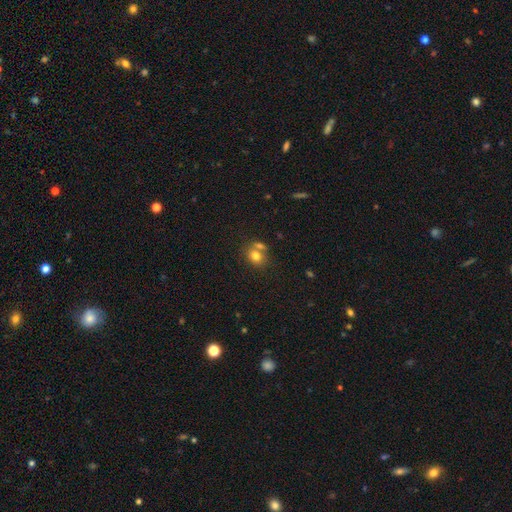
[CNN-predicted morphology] A smooth galaxy with no disk features (77%) that is in between round and cigar-shaped (51%). Merging: none (46%).